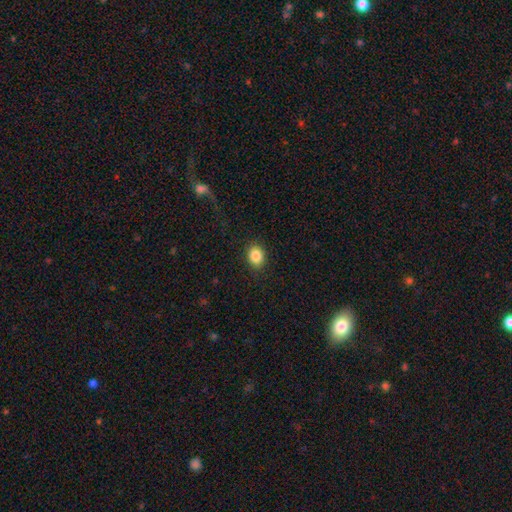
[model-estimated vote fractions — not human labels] Smooth or featured: smooth — 86% (star or artifact — 9%)
How rounded: in between — 62% (round — 37%)
Merging: none — 88% (minor disturbance — 8%)